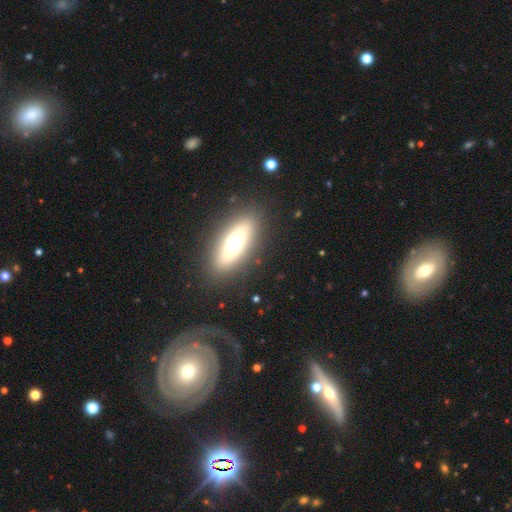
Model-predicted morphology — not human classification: smooth_or_featured: featured or disk (p=0.49) [alt: smooth p=0.36]
merging: none (p=0.80) [alt: minor disturbance p=0.12]